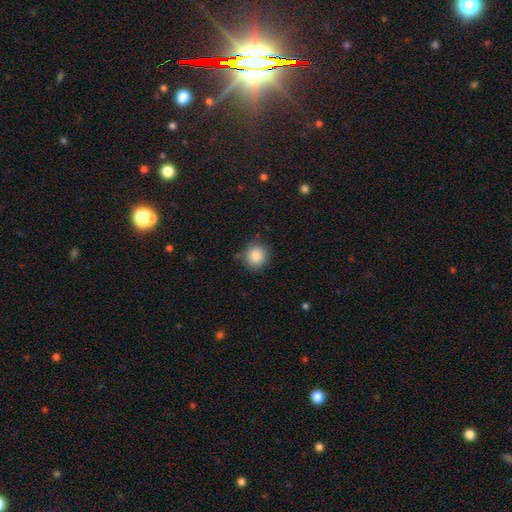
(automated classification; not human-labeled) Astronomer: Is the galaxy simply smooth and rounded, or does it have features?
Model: smooth — 86%.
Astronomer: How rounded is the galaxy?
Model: round — 90%.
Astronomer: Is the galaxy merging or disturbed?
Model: none — 82%.